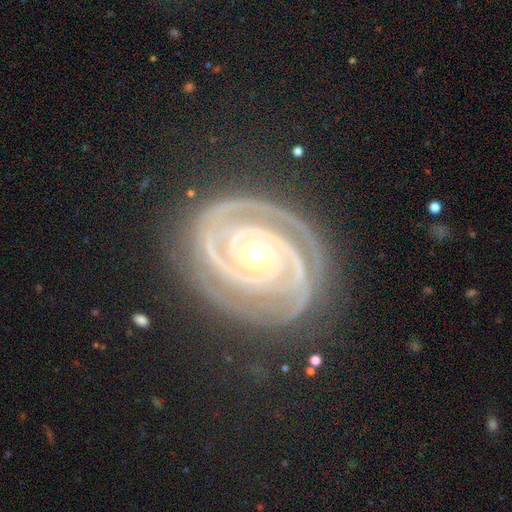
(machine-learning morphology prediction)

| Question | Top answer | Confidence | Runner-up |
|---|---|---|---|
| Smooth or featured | featured or disk | 91% | star or artifact (6%) |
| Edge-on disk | no | 97% | yes (3%) |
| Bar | no | 64% | strong (18%) |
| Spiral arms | yes | 99% | no (1%) |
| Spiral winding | tight | 87% | medium (11%) |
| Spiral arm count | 2 | 75% | 3 (13%) |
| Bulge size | moderate | 64% | small (30%) |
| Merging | none | 83% | minor disturbance (12%) |